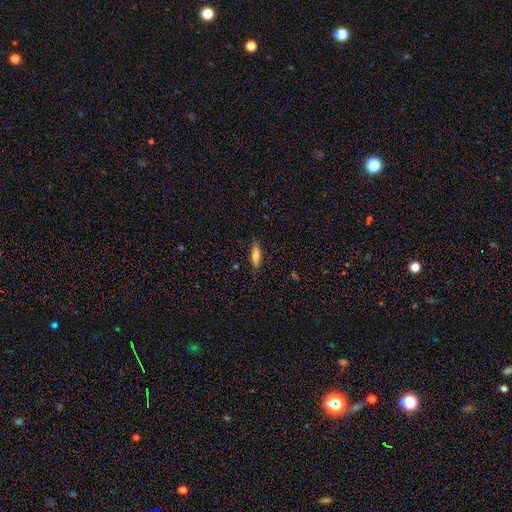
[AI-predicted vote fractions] Q: Smooth or featured?
A: smooth (68%); runner-up: featured or disk (24%)
Q: How rounded?
A: cigar-shaped (58%); runner-up: in between (40%)
Q: Merging?
A: none (83%); runner-up: minor disturbance (14%)